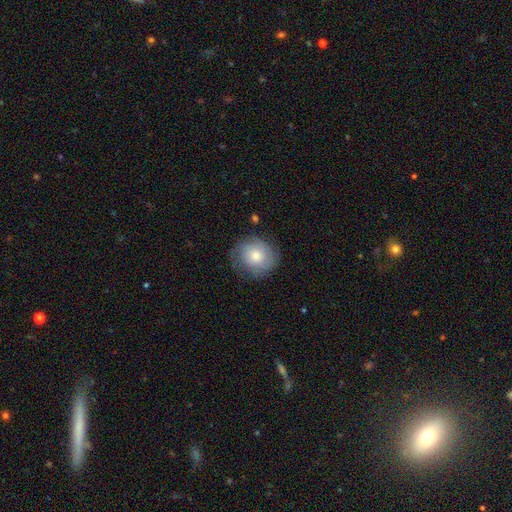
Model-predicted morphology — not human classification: smooth 58%, featured or disk 34%, star or artifact 8%. Down the decision tree: how rounded — round (85%); merging — none (74%).